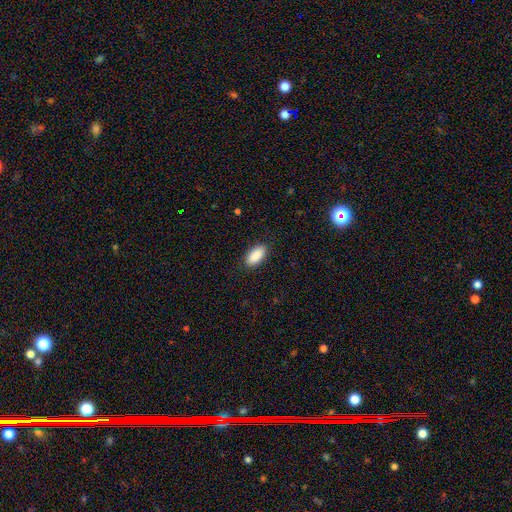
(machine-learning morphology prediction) A smooth galaxy with no disk features (90%) that is in between round and cigar-shaped (92%). Merging: none (88%).